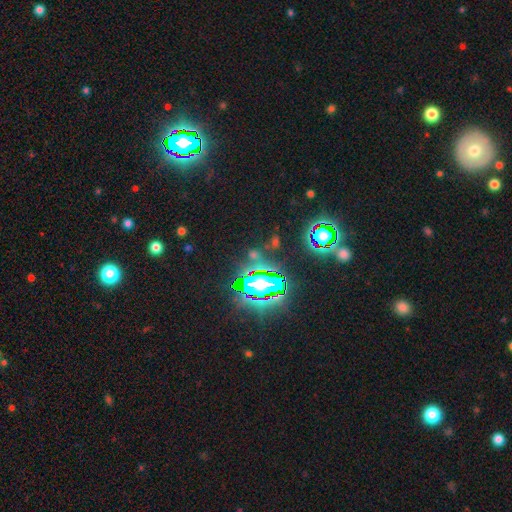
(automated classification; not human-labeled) A star or artifact, not a galaxy (72%).